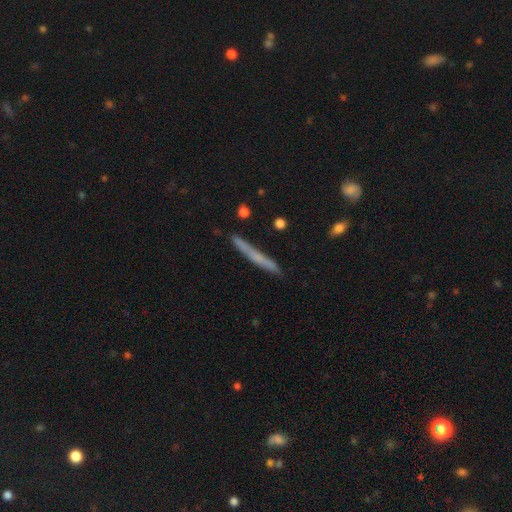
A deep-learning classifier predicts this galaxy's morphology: A smooth galaxy with no disk features (55%) that is cigar-shaped (96%). Merging: none (85%).